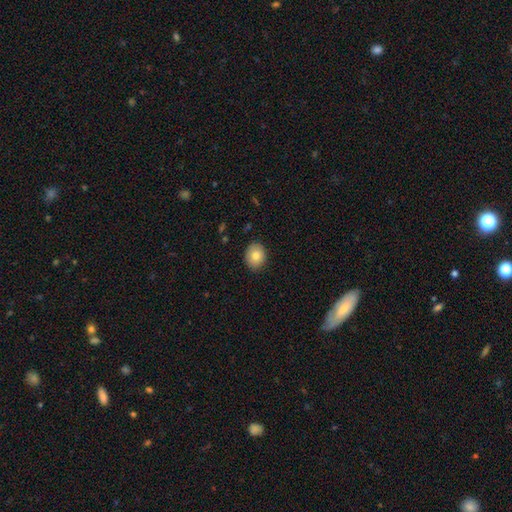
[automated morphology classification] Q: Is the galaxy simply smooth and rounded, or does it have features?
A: smooth — 79%.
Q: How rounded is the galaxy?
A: round — 52%.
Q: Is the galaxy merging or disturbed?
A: none — 87%.